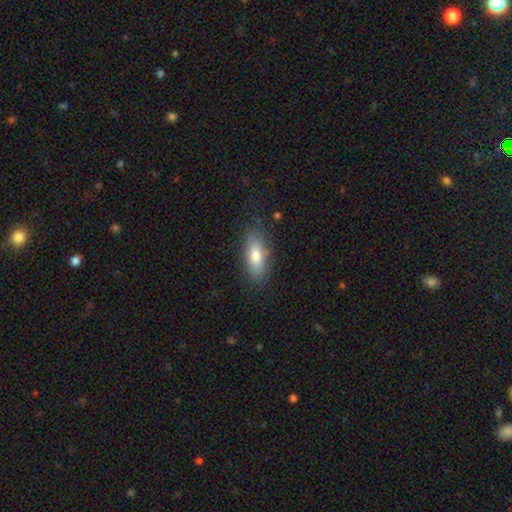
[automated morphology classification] A smooth galaxy with no disk features (75%) that is in between round and cigar-shaped (71%).

Vote fractions:
- Smooth or featured? smooth: 75% / featured or disk: 18% / star or artifact: 7%
- How rounded? in between: 71% / cigar-shaped: 26% / round: 3%
- Merging? none: 81% / minor disturbance: 14% / major disturbance: 3% / merger: 1%